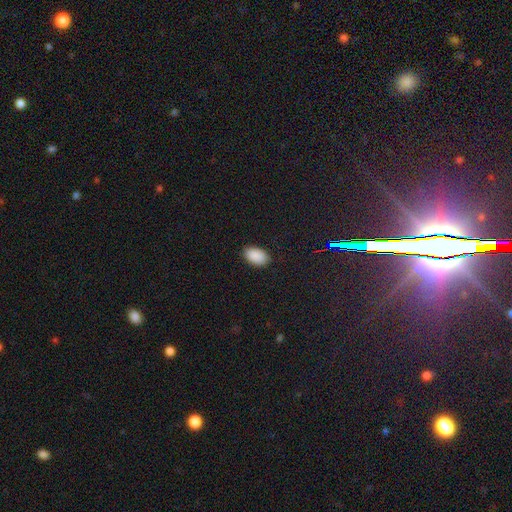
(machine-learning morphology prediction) smooth_or_featured: smooth (p=0.89) [alt: star or artifact p=0.08]
how_rounded: in between (p=0.92) [alt: round p=0.07]
merging: none (p=0.88) [alt: minor disturbance p=0.09]